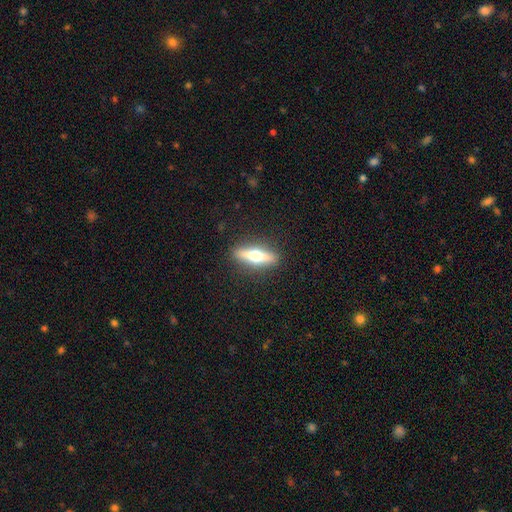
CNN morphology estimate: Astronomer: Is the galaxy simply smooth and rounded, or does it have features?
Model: featured or disk — 53% (runner-up: smooth, 41%).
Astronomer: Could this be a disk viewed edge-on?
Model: yes — 91%.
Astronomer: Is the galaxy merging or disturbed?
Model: none — 89%.